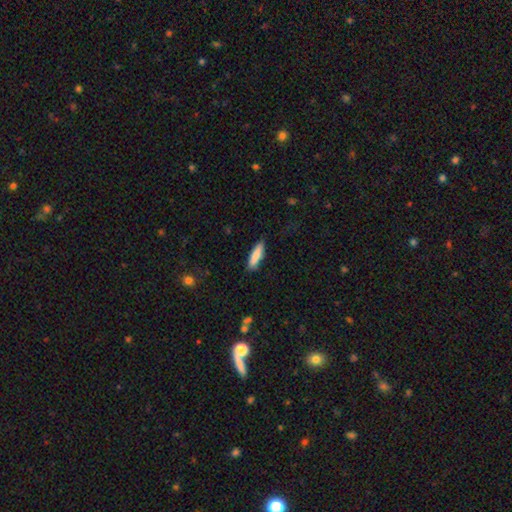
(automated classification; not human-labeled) Overall: smooth (83%). How rounded: cigar-shaped (68%; in between 30%). Merging: none (82%).